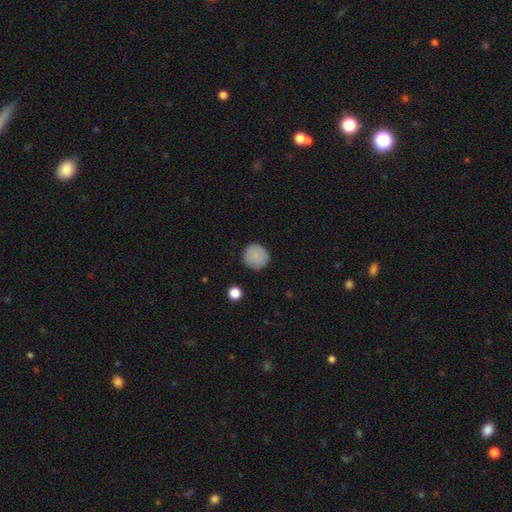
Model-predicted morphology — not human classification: Smooth or featured: smooth — 84% (featured or disk — 8%)
How rounded: round — 94% (in between — 5%)
Merging: none — 87% (minor disturbance — 9%)